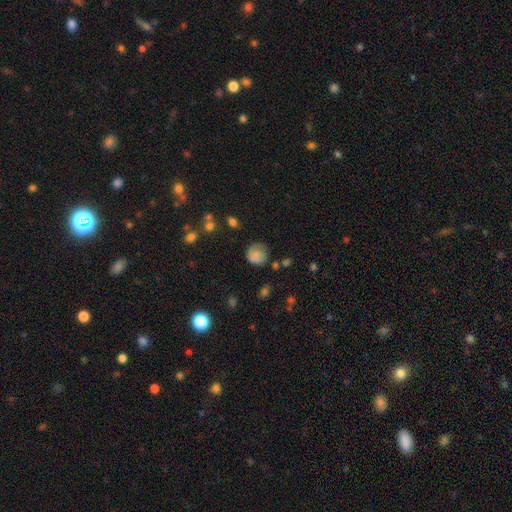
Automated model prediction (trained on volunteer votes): Q: Smooth or featured?
A: smooth (75%); runner-up: featured or disk (16%)
Q: How rounded?
A: round (80%); runner-up: in between (19%)
Q: Merging?
A: none (55%); runner-up: minor disturbance (27%)